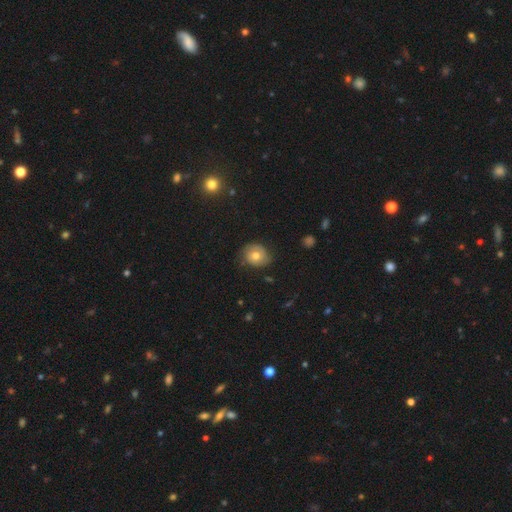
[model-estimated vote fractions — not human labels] Overall: smooth (60%; featured or disk 30%). How rounded: round (68%; in between 31%). Merging: none (70%).